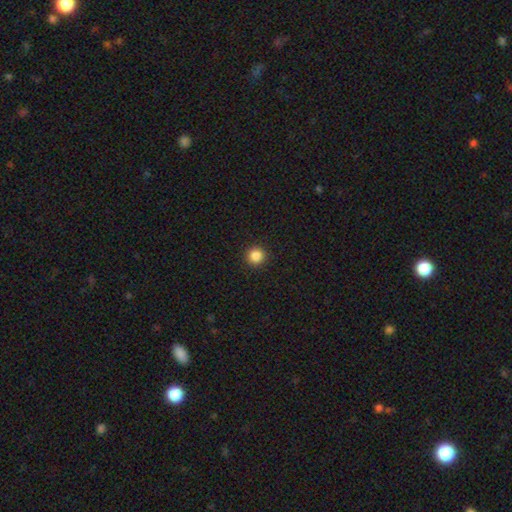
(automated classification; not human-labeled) Overall: smooth (86%). How rounded: round (95%). Merging: none (93%).